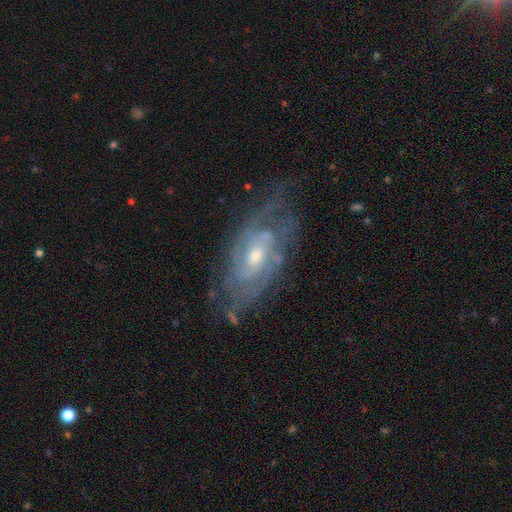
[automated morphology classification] A featured or disk galaxy (87%) with no bar (58%), tight (59%) spiral arms (94%) and a moderate central bulge (50%). Merging: none (67%).